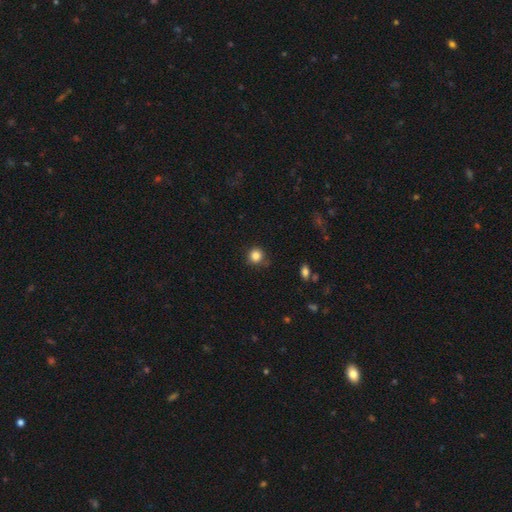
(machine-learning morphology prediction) Smooth or featured?
  - smooth: 84% *
  - star or artifact: 12%
  - featured or disk: 4%
How rounded?
  - round: 92% *
  - in between: 7%
  - cigar-shaped: 1%
Merging?
  - none: 81% *
  - minor disturbance: 14%
  - major disturbance: 3%
  - merger: 2%